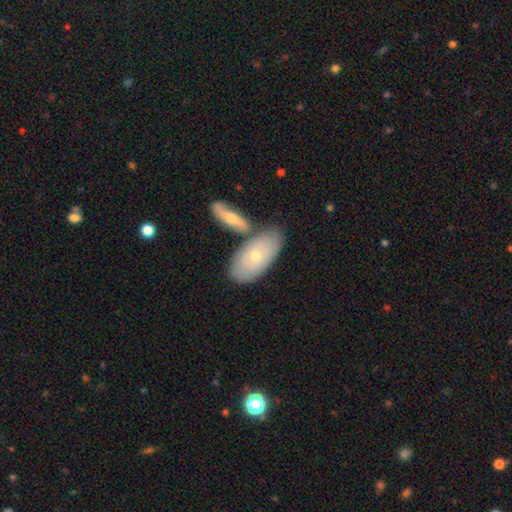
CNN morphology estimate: smooth 57%, featured or disk 37%, star or artifact 6%. Down the decision tree: how rounded — in between (90%); merging — none (60%).